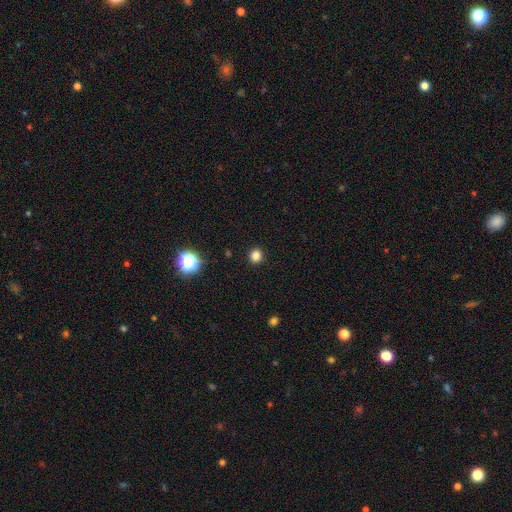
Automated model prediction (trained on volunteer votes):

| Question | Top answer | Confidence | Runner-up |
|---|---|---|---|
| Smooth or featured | smooth | 81% | star or artifact (15%) |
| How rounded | round | 87% | in between (12%) |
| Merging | none | 92% | minor disturbance (5%) |